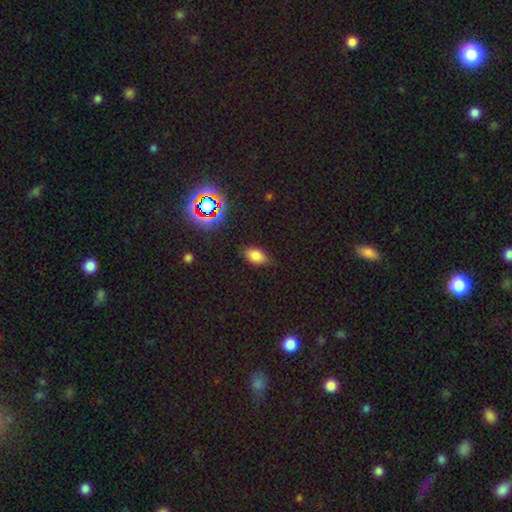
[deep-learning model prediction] smooth-or-featured: smooth: 78% | star or artifact: 14% | featured or disk: 8%
  how-rounded: in between: 89% | round: 9% | cigar-shaped: 2%
  merging: none: 83% | minor disturbance: 13% | major disturbance: 3% | merger: 1%